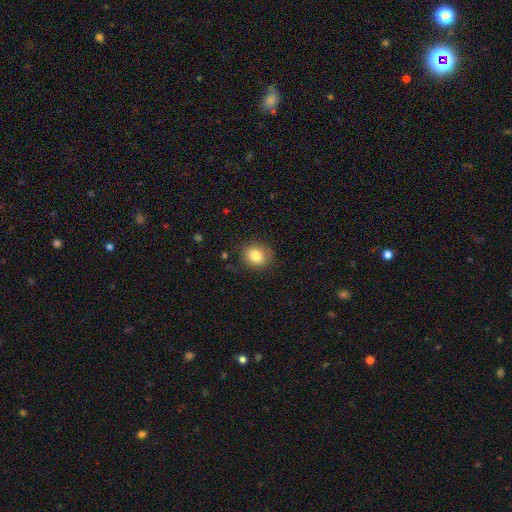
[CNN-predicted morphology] smooth-or-featured: smooth: 82% | star or artifact: 9% | featured or disk: 9%
  how-rounded: round: 57% | in between: 42% | cigar-shaped: 1%
  merging: none: 82% | minor disturbance: 13% | major disturbance: 4% | merger: 1%